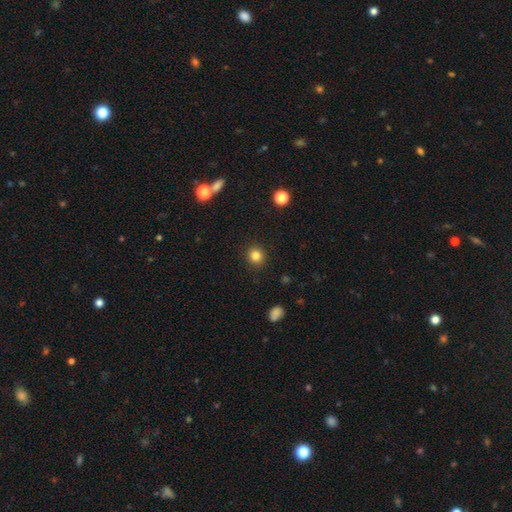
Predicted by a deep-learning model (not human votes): This appears to be a smooth galaxy with no disk features (83%) that is round (91%). Merging: none (91%).